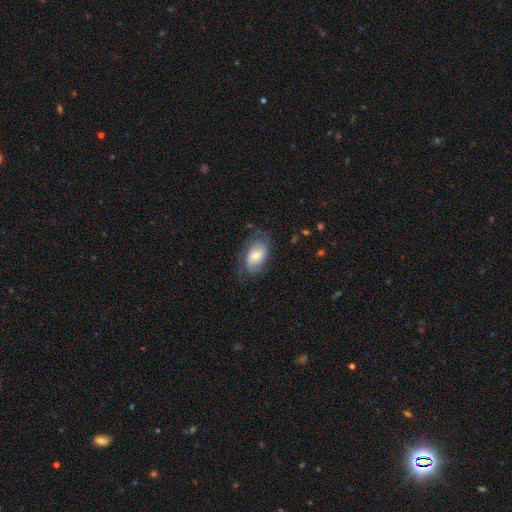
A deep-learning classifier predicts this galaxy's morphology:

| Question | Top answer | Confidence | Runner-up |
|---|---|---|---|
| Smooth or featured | smooth | 56% | featured or disk (37%) |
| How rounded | in between | 90% | round (8%) |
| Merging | none | 63% | minor disturbance (24%) |